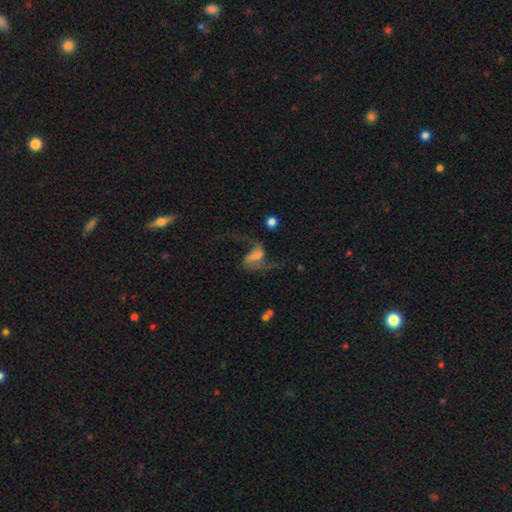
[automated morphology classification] Smooth or featured: featured or disk — 78% (smooth — 13%)
Edge-on disk: no — 96% (yes — 4%)
Bar: weak — 43% (strong — 32%)
Spiral arms: yes — 94% (no — 6%)
Spiral winding: loose — 80% (medium — 17%)
Spiral arm count: 2 — 90% (1 — 5%)
Bulge size: none — 39% (small — 21%)
Merging: none — 53% (major disturbance — 28%)